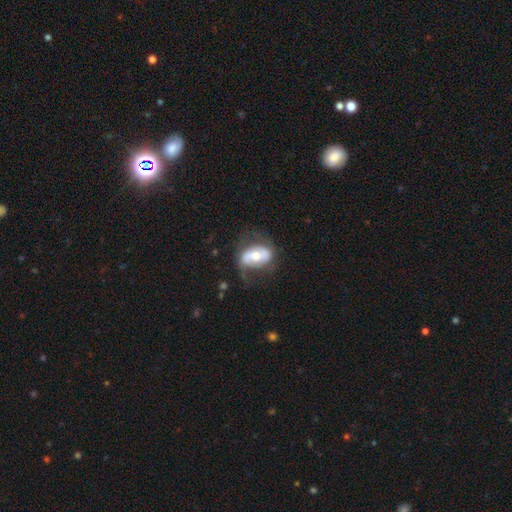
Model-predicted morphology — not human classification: This appears to be a featured or disk galaxy (58%) with no bar (47%), spiral arms (66%) and a moderate central bulge (66%). Merging: none (57%).